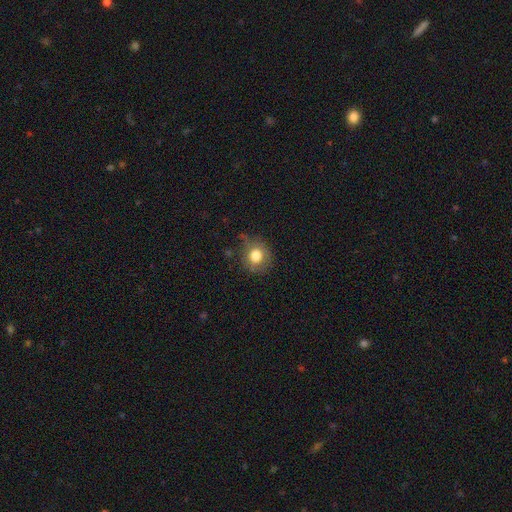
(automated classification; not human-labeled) Q: Smooth or featured?
A: smooth (78%); runner-up: featured or disk (12%)
Q: How rounded?
A: round (81%); runner-up: in between (18%)
Q: Merging?
A: none (65%); runner-up: minor disturbance (24%)